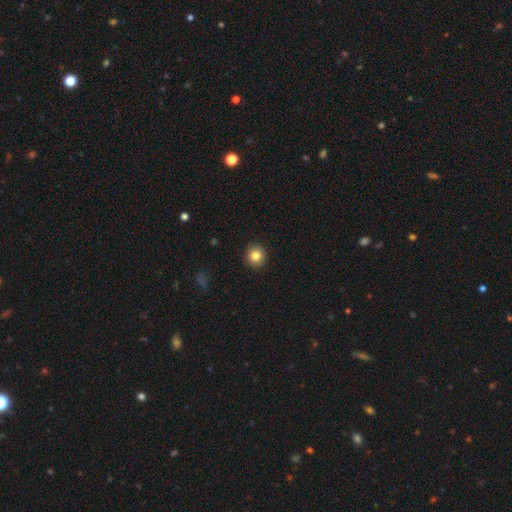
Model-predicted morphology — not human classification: Overall: smooth (83%). How rounded: round (93%). Merging: none (92%).